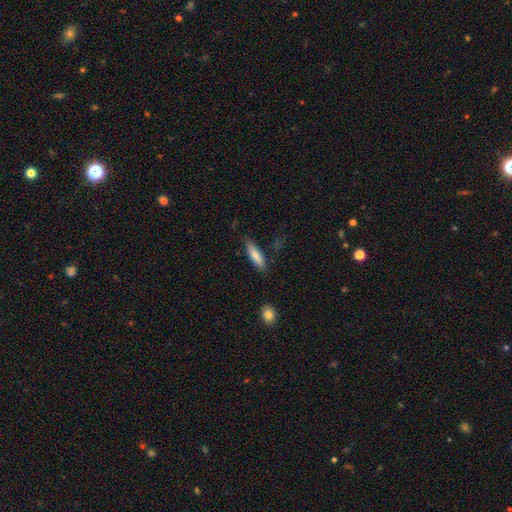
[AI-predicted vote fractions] The model was most divided on "how rounded": cigar-shaped: 66%, in between: 33%, round: 2%. More confident: merging — none (80%); smooth or featured — smooth (79%).